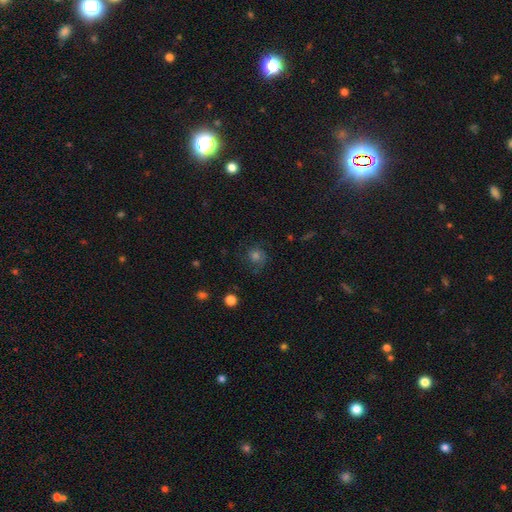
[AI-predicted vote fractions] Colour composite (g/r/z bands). It shows a smooth galaxy with no disk features (50%). Merging: none (69%).